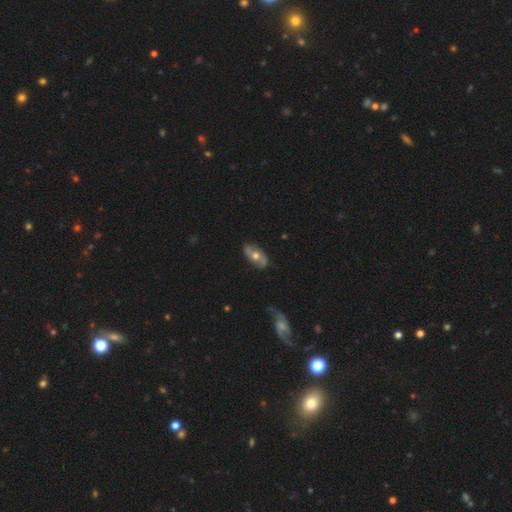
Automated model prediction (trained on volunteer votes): smooth_or_featured: featured or disk (p=0.62) [alt: smooth p=0.31]
disk_edge_on: no (p=0.87) [alt: yes p=0.13]
bar: no (p=0.72) [alt: weak p=0.21]
has_spiral_arms: yes (p=0.67) [alt: no p=0.33]
bulge_size: moderate (p=0.75) [alt: large p=0.12]
merging: none (p=0.76) [alt: minor disturbance p=0.17]